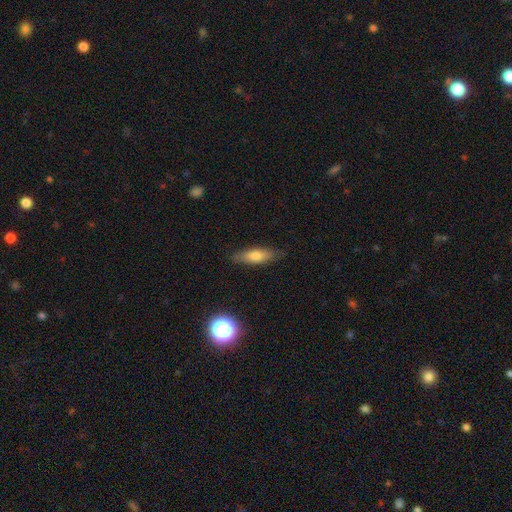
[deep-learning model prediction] Smooth or featured: smooth — 68% (featured or disk — 25%)
How rounded: cigar-shaped — 50% (in between — 47%)
Merging: none — 83% (minor disturbance — 13%)